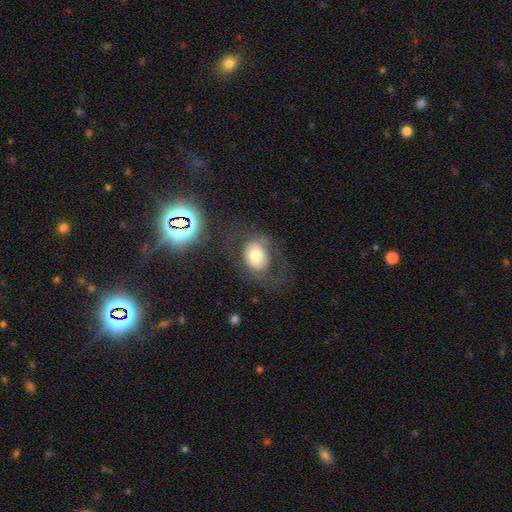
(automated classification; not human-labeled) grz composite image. It shows a smooth galaxy with no disk features (62%) that is in between round and cigar-shaped (59%). Merging: none (57%).